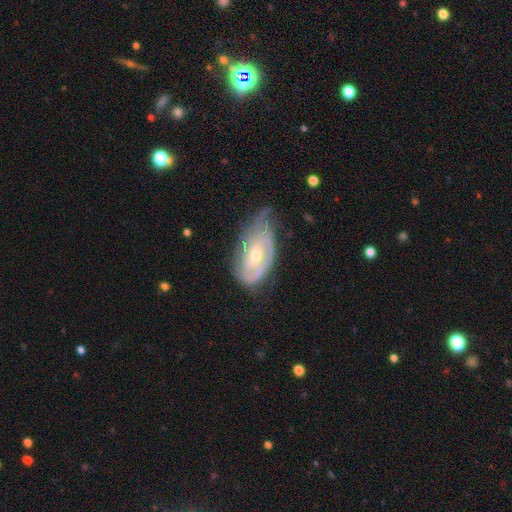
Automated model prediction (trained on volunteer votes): Morphology: type=featured or disk (78%); edge-on=no (94%); bar=no (54%); spiral arms=yes (89%); winding=tight (64%); arm count=can't tell (42%); bulge=moderate (54%); merging=none (48%).